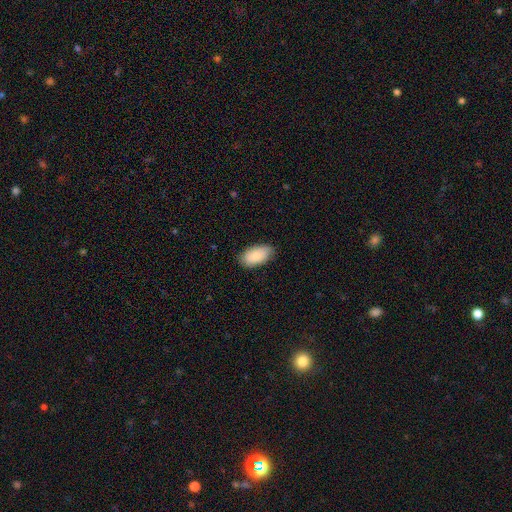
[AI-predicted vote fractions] A smooth galaxy with no disk features (84%) that is in between round and cigar-shaped (95%). Merging: none (81%).